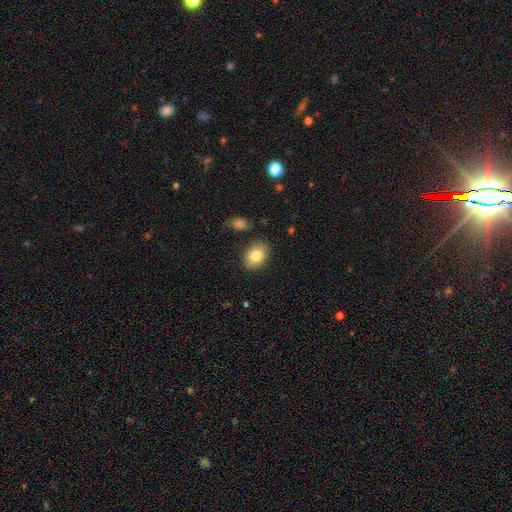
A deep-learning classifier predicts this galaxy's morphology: The model was most divided on "how rounded": in between: 72%, round: 27%, cigar-shaped: 1%. More confident: merging — none (83%); smooth or featured — smooth (82%).